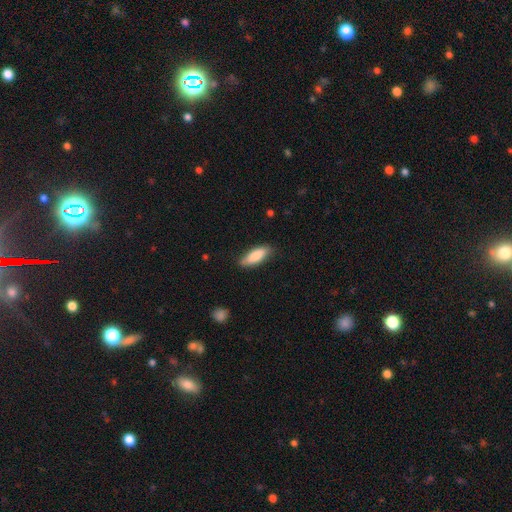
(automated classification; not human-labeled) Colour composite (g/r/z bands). It shows a smooth galaxy with no disk features (84%) that is in between round and cigar-shaped (63%). Merging: none (81%).